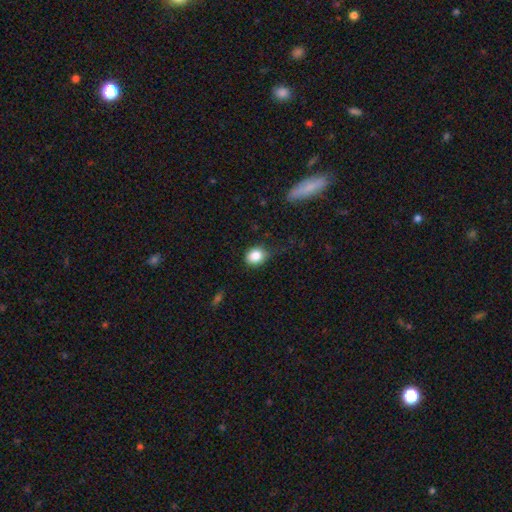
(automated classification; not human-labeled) smooth 84%, star or artifact 9%, featured or disk 6%. Down the decision tree: how rounded — round (59%); merging — none (68%).